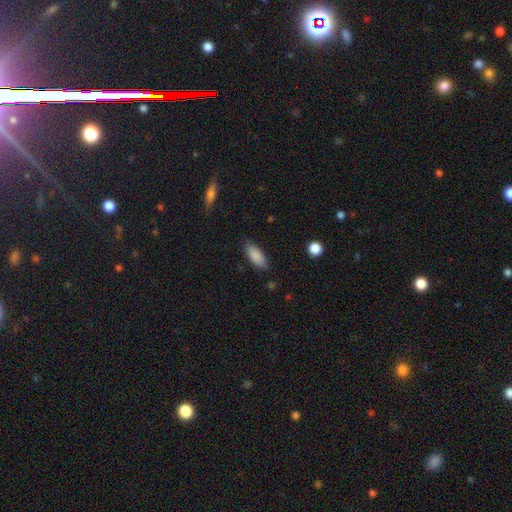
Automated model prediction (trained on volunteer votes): The model was most divided on "how rounded": in between: 78%, cigar-shaped: 20%, round: 2%. More confident: smooth or featured — smooth (87%); merging — none (83%).